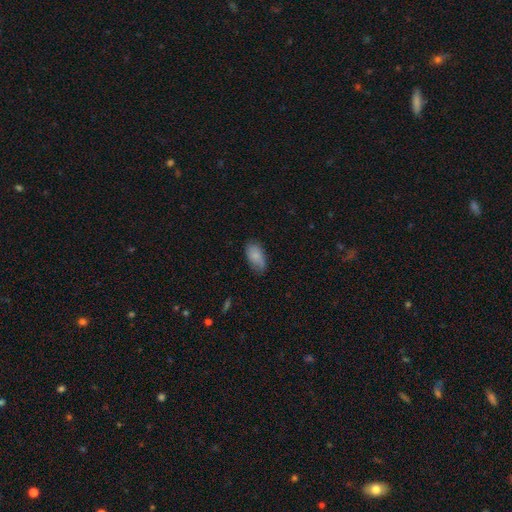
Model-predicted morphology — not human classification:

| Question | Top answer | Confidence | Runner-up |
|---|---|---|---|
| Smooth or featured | smooth | 82% | featured or disk (11%) |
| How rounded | in between | 93% | round (4%) |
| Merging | none | 66% | minor disturbance (27%) |